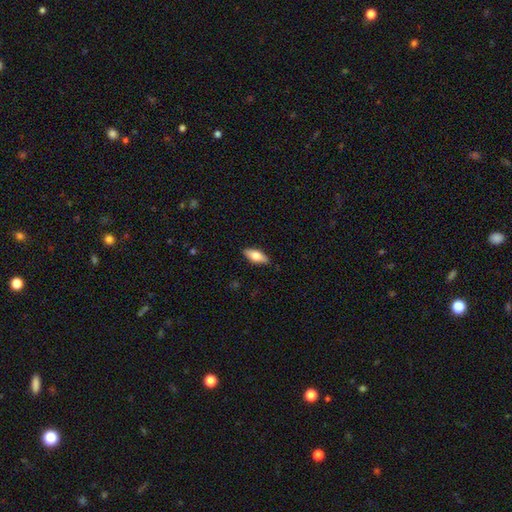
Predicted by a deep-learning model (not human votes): Smooth or featured? Predicted: smooth (p=0.65). How rounded? Predicted: in between (p=0.76). Merging? Predicted: none (p=0.88).